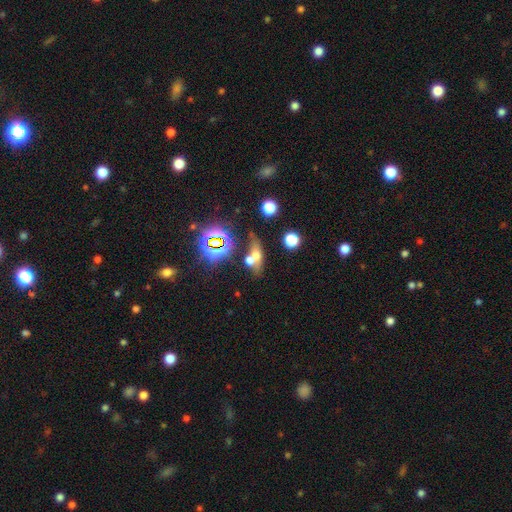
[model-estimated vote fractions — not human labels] Morphology: type=smooth (49%); merging=none (45%).